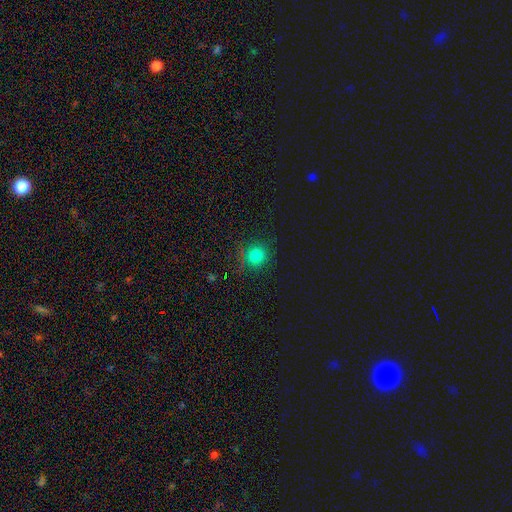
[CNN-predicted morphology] smooth_or_featured: smooth (p=0.78) [alt: star or artifact p=0.17]
how_rounded: round (p=0.92) [alt: in between p=0.07]
merging: none (p=0.83) [alt: minor disturbance p=0.11]